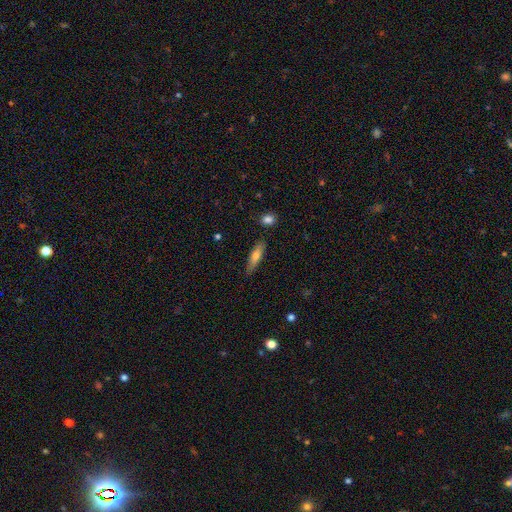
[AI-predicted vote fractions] This appears to be a smooth galaxy with no disk features (62%) that is cigar-shaped (72%). Merging: none (82%).